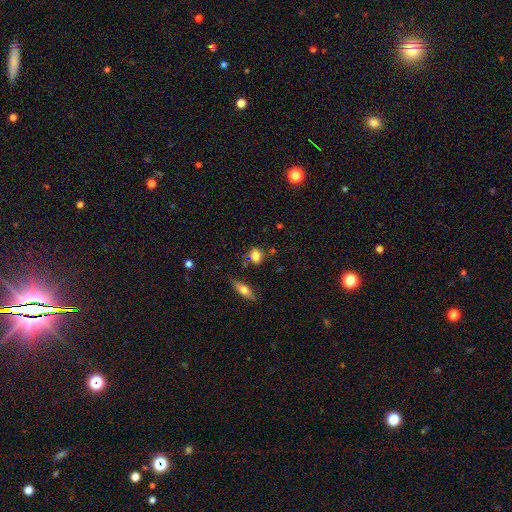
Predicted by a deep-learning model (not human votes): Morphology: type=smooth (80%); roundness=in between (65%); merging=none (70%).